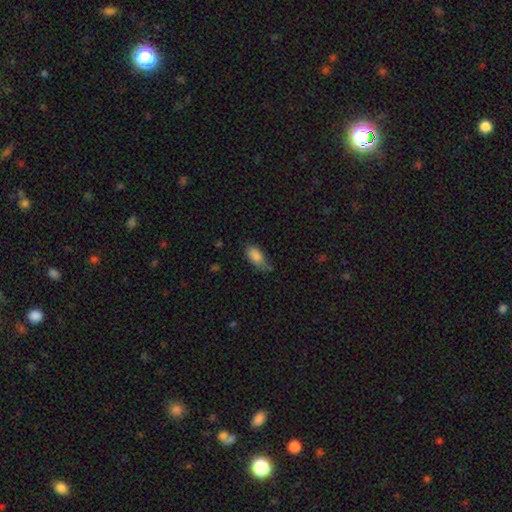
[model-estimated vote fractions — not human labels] smooth-or-featured: smooth: 85% | star or artifact: 8% | featured or disk: 7%
  how-rounded: in between: 90% | cigar-shaped: 6% | round: 4%
  merging: none: 46% | minor disturbance: 39% | major disturbance: 11% | merger: 4%